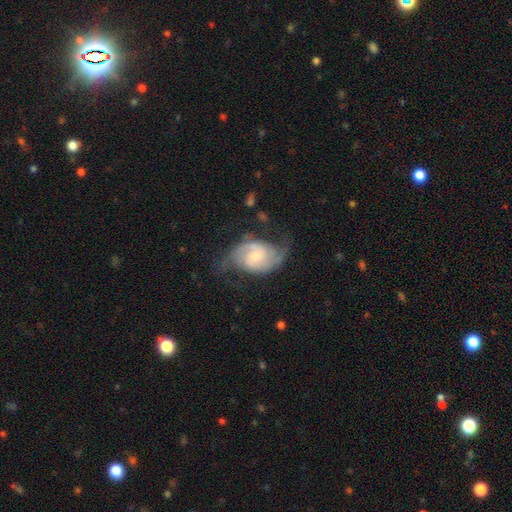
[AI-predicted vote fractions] smooth_or_featured: featured or disk (p=0.84) [alt: smooth p=0.11]
disk_edge_on: no (p=0.97) [alt: yes p=0.03]
bar: no (p=0.52) [alt: weak p=0.42]
has_spiral_arms: yes (p=0.96) [alt: no p=0.04]
spiral_winding: medium (p=0.49) [alt: loose p=0.26]
spiral_arm_count: 2 (p=0.88) [alt: can't tell p=0.06]
bulge_size: moderate (p=0.47) [alt: small p=0.42]
merging: none (p=0.61) [alt: minor disturbance p=0.22]